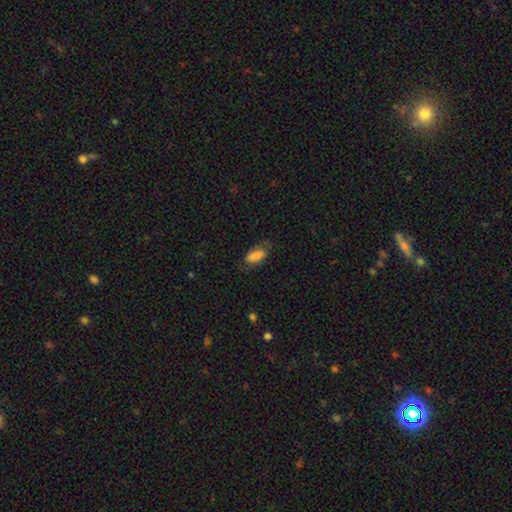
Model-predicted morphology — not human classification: A smooth galaxy with no disk features (76%) that is in between round and cigar-shaped (86%).

Vote fractions:
- Smooth or featured? smooth: 76% / featured or disk: 16% / star or artifact: 7%
- How rounded? in between: 86% / cigar-shaped: 11% / round: 3%
- Merging? none: 68% / minor disturbance: 22% / major disturbance: 9% / merger: 1%